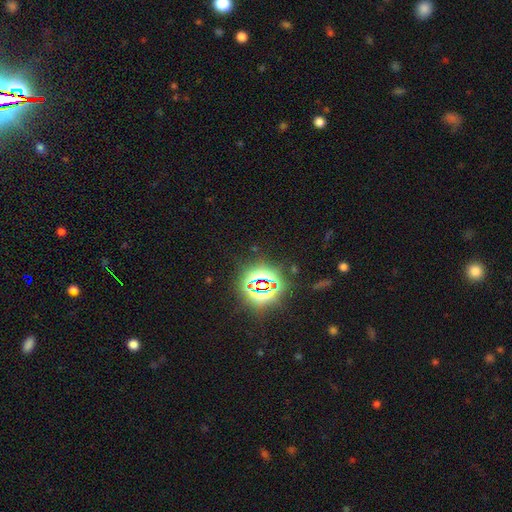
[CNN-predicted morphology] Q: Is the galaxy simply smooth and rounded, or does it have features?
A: star or artifact — 82%.